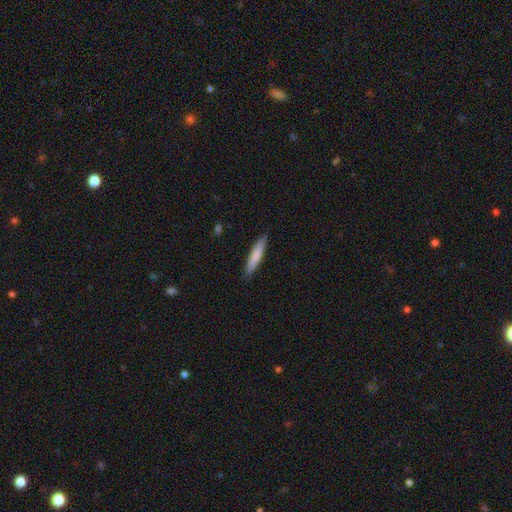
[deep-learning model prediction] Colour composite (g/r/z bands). It shows a smooth galaxy with no disk features (77%) that is cigar-shaped (90%). Merging: none (88%).